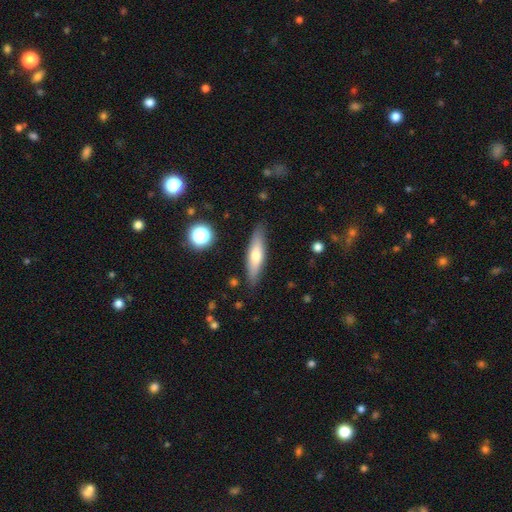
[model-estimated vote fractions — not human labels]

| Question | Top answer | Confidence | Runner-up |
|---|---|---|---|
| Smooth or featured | smooth | 60% | featured or disk (34%) |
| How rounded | cigar-shaped | 69% | in between (29%) |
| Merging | none | 86% | minor disturbance (10%) |